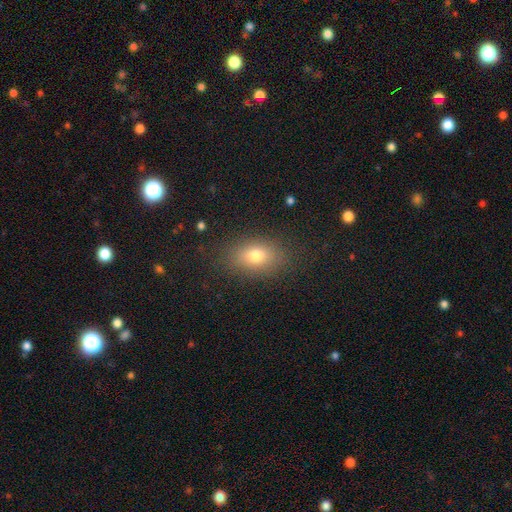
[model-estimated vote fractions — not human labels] Smooth or featured: smooth — 74% (featured or disk — 14%)
How rounded: in between — 80% (round — 17%)
Merging: none — 84% (minor disturbance — 11%)